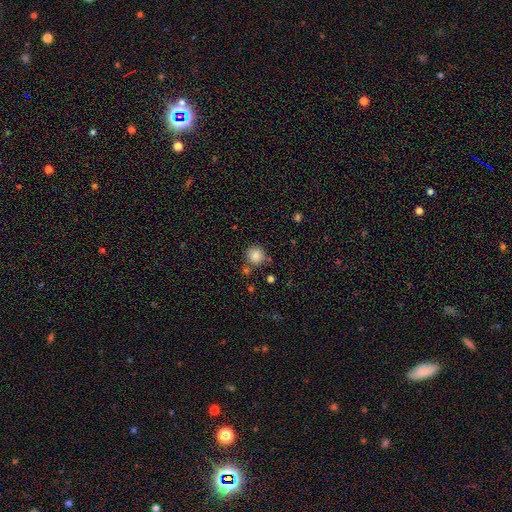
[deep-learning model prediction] Smooth or featured? smooth (85%)
How rounded? round (91%)
Merging? none (77%)